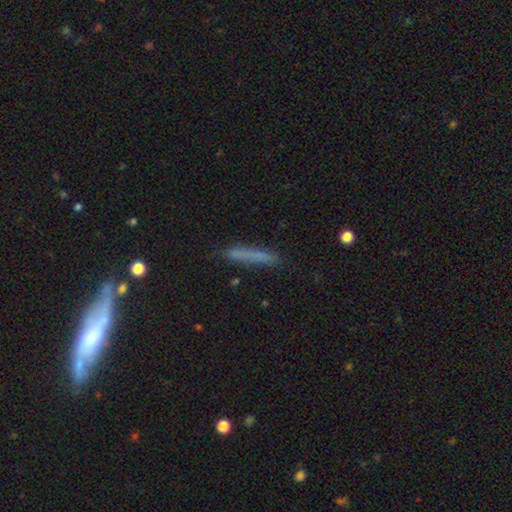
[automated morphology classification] This appears to be a smooth galaxy with no disk features (72%) that is cigar-shaped (94%). Merging: none (81%).